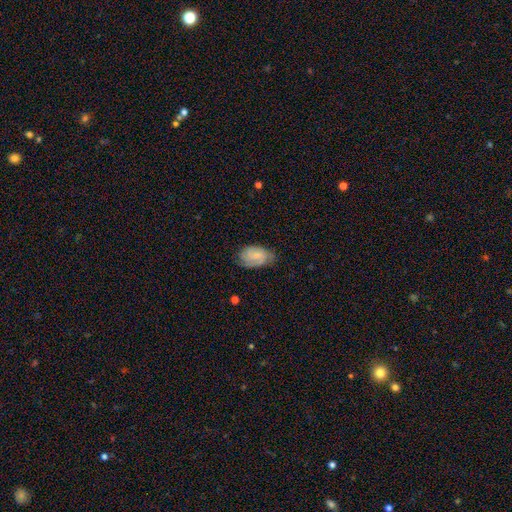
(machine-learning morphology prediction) Overall: featured or disk (53%; smooth 40%). Edge-on disk: no (96%). Bar: no (46%; weak 44%). Spiral arms: yes (88%). Bulge size: small (48%; none 26%). Merging: none (65%; minor disturbance 26%).